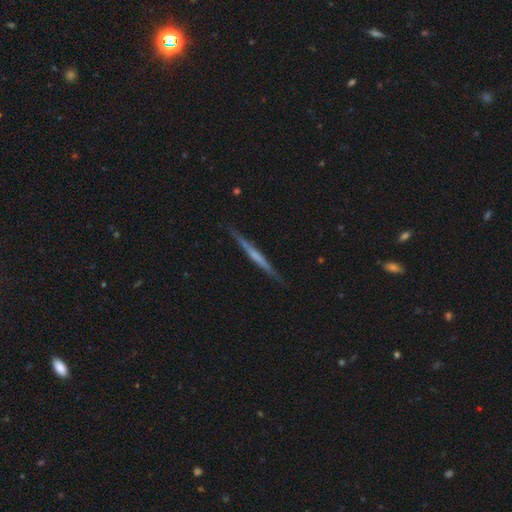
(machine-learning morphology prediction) Smooth or featured? Predicted: featured or disk (p=0.60). Edge-on disk? Predicted: yes (p=0.97). Edge-on bulge? Predicted: none (p=0.72). Merging? Predicted: none (p=0.89).